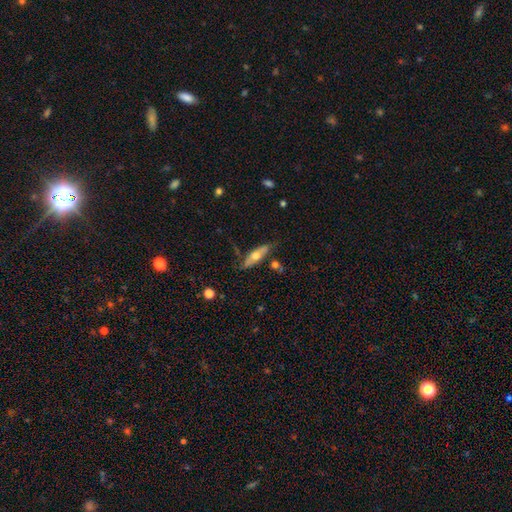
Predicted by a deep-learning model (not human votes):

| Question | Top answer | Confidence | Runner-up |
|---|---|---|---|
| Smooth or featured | smooth | 48% | featured or disk (46%) |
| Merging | none | 70% | minor disturbance (20%) |